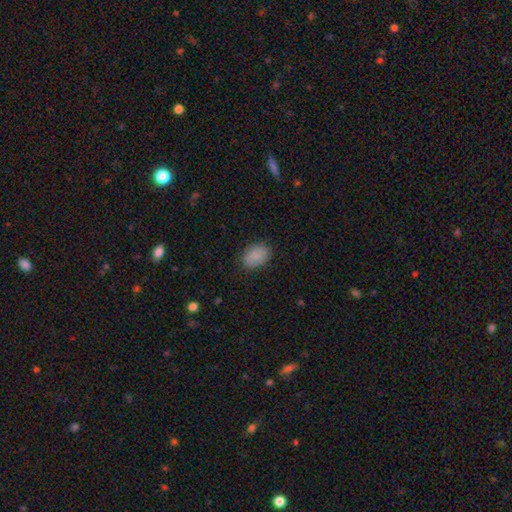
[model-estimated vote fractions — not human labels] Smooth or featured: smooth — 87% (star or artifact — 8%)
How rounded: in between — 79% (round — 20%)
Merging: none — 83% (minor disturbance — 13%)